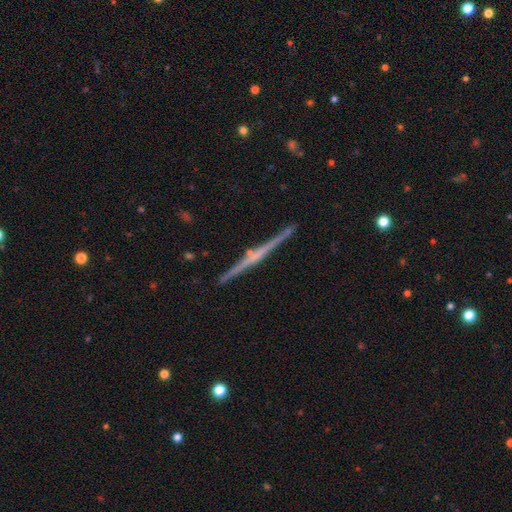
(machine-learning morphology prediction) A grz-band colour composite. It shows a featured or disk galaxy (79%) viewed edge-on (98%) with a rounded central bulge (44%). Merging: none (91%).